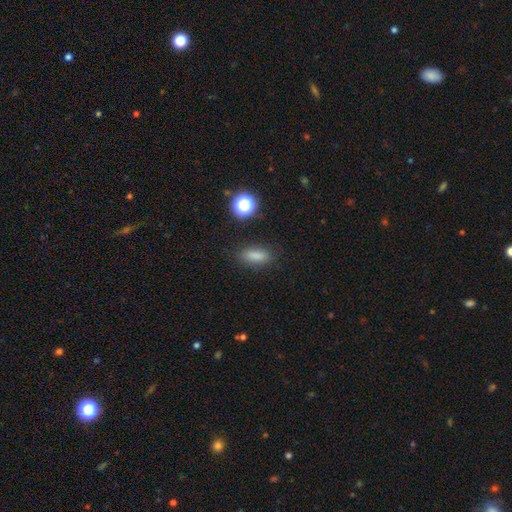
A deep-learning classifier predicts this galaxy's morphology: Q: Smooth or featured?
A: smooth (81%); runner-up: star or artifact (12%)
Q: How rounded?
A: in between (72%); runner-up: cigar-shaped (22%)
Q: Merging?
A: none (85%); runner-up: minor disturbance (10%)